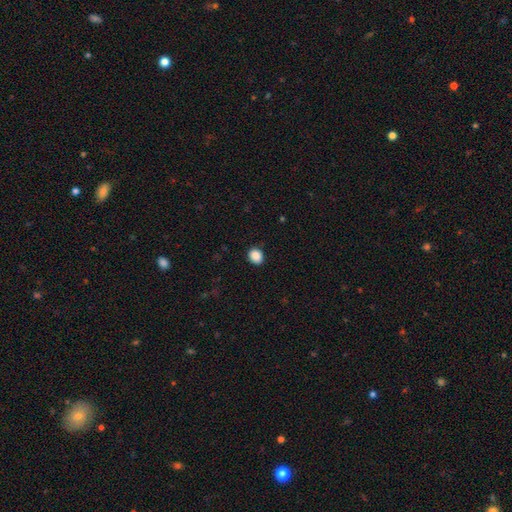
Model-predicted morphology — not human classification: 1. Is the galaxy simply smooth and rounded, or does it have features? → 89% smooth, 8% star or artifact, 2% featured or disk.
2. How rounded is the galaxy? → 56% round, 44% in between, 1% cigar-shaped.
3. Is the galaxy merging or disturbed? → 90% none, 7% minor disturbance, 2% major disturbance, 1% merger.